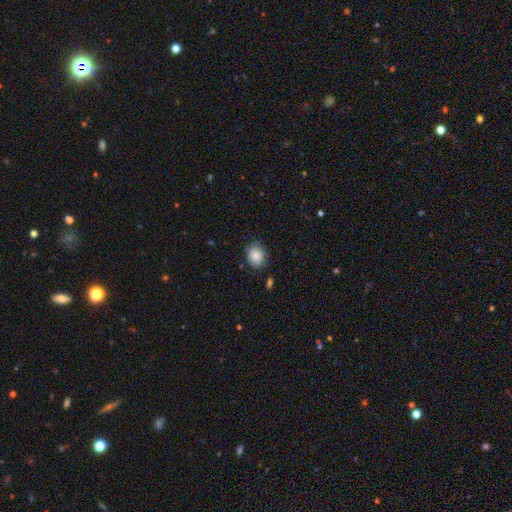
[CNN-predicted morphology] Smooth or featured: smooth — 84% (star or artifact — 8%)
How rounded: round — 54% (in between — 45%)
Merging: none — 77% (minor disturbance — 17%)